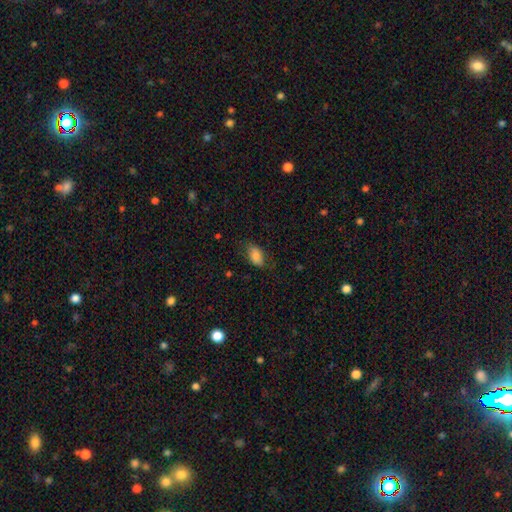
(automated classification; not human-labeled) Smooth or featured? smooth (80%)
How rounded? in between (91%)
Merging? none (68%)